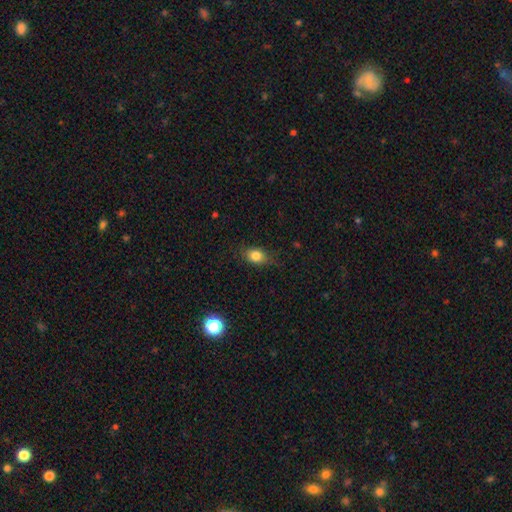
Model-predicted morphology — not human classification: Smooth or featured? Predicted: smooth (p=0.81). How rounded? Predicted: in between (p=0.69). Merging? Predicted: none (p=0.76).